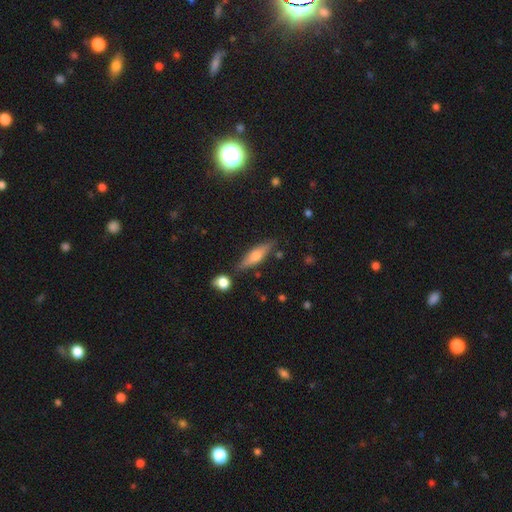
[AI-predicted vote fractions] A featured or disk galaxy (49%). Merging: none (80%).